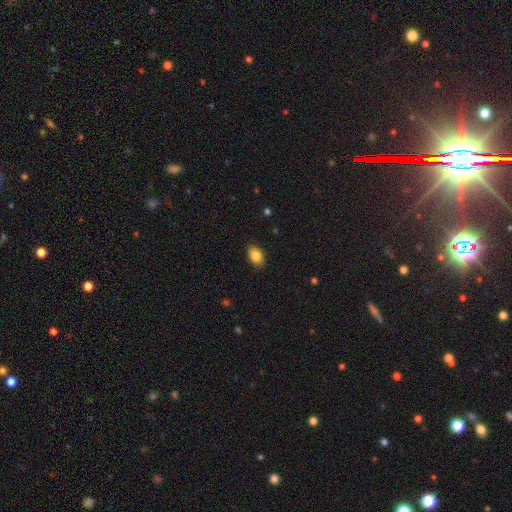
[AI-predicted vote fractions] This appears to be a smooth galaxy with no disk features (84%) that is in between round and cigar-shaped (84%). Merging: none (89%).